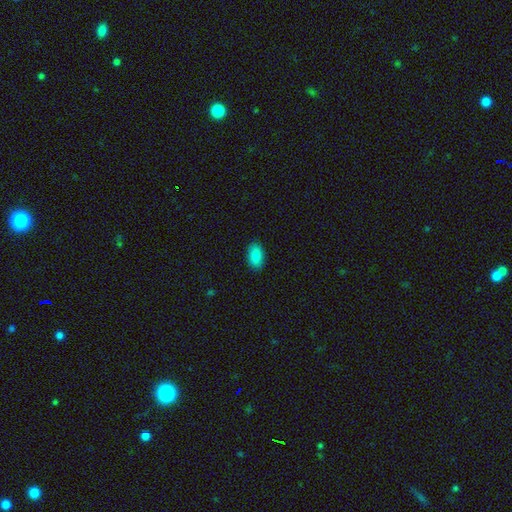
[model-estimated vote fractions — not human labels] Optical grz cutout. It shows a smooth galaxy with no disk features (88%) that is in between round and cigar-shaped (93%). Merging: none (88%).